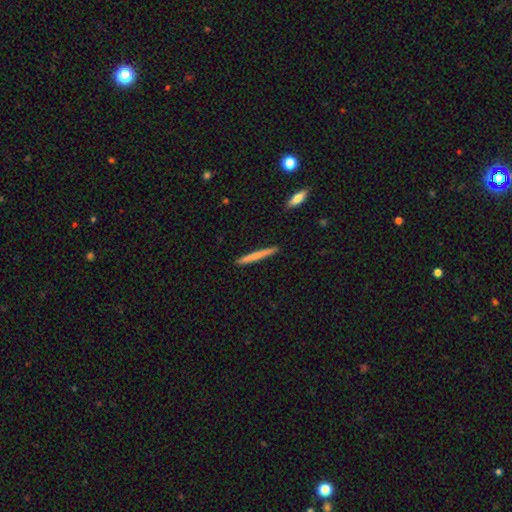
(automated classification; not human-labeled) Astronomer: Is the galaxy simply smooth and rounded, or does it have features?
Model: smooth — 66%.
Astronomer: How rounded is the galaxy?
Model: cigar-shaped — 96%.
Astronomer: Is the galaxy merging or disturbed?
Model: none — 92%.